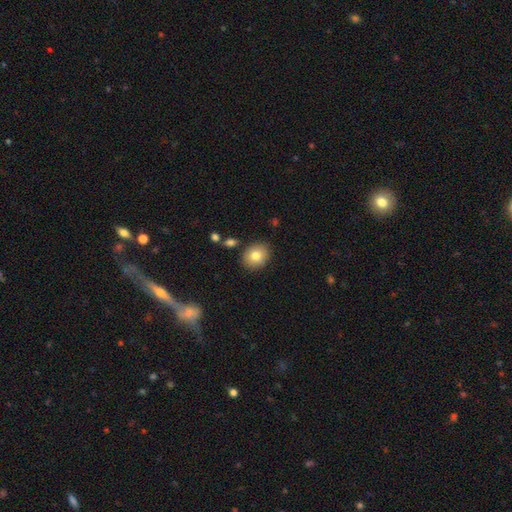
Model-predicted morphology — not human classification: smooth 80%, featured or disk 12%, star or artifact 9%. Down the decision tree: how rounded — round (57%); merging — none (85%).